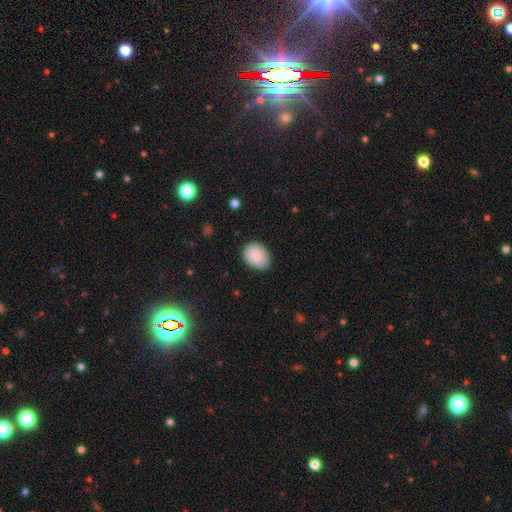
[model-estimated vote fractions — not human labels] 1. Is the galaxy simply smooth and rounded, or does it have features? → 88% smooth, 7% star or artifact, 6% featured or disk.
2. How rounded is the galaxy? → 73% in between, 26% round, 1% cigar-shaped.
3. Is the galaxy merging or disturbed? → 83% none, 13% minor disturbance, 2% major disturbance, 1% merger.